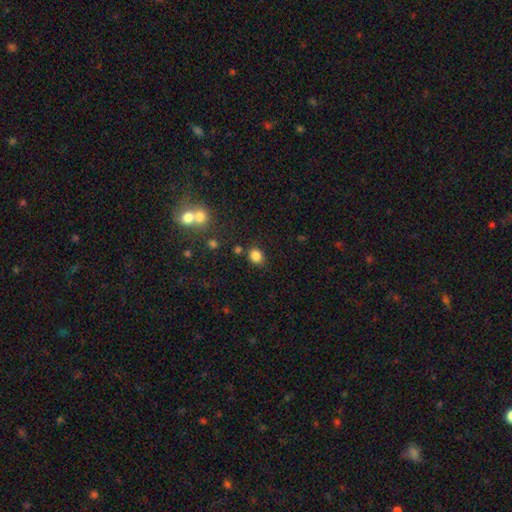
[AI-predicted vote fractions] smooth_or_featured: smooth (p=0.84) [alt: star or artifact p=0.12]
how_rounded: round (p=0.59) [alt: in between p=0.40]
merging: none (p=0.79) [alt: minor disturbance p=0.12]